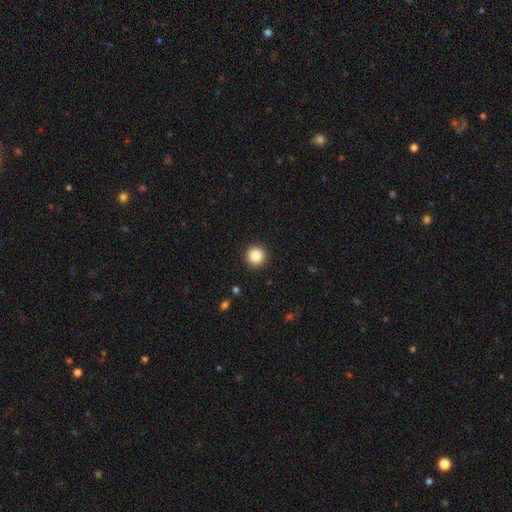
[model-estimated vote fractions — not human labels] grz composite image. It shows a smooth galaxy with no disk features (86%) that is round (96%). Merging: none (93%).